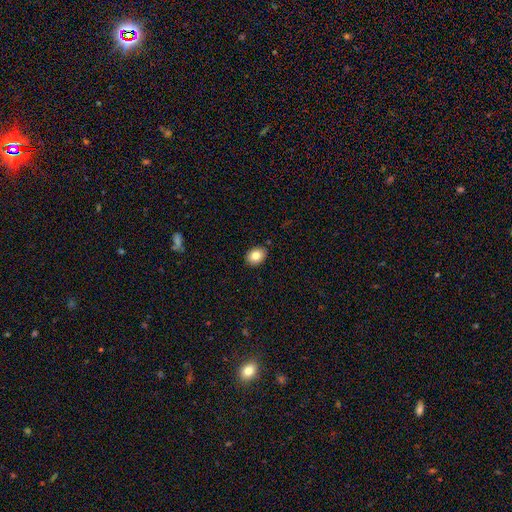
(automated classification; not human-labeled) This is clearly a smooth galaxy (83%). How rounded: likely in between (62%). Merging: clearly none (89%).